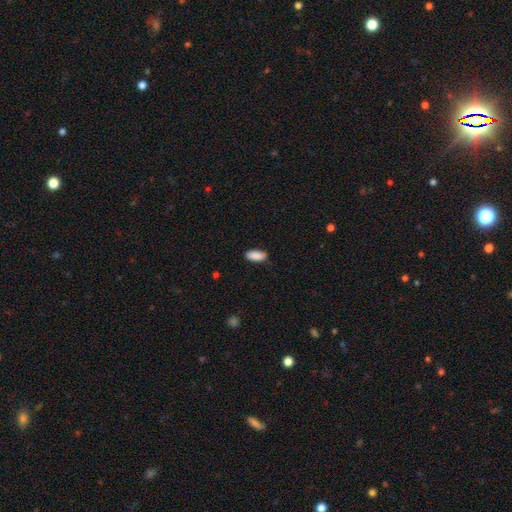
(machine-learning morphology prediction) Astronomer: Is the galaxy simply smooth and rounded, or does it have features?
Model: smooth — 89%.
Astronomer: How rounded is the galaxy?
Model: in between — 88%.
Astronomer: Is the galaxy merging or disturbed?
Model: none — 84%.